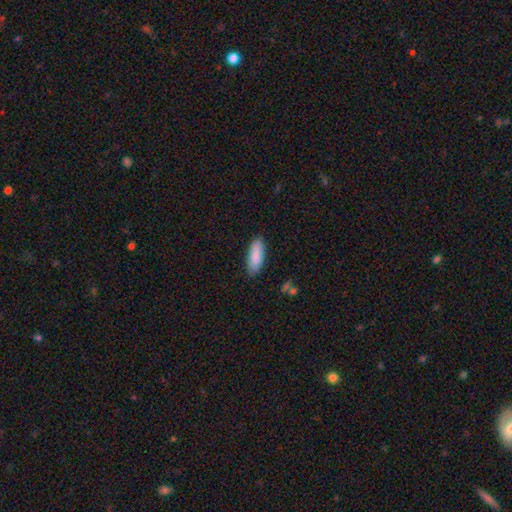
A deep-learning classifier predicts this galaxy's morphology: smooth_or_featured: smooth (p=0.88) [alt: featured or disk p=0.06]
how_rounded: in between (p=0.68) [alt: cigar-shaped p=0.31]
merging: none (p=0.84) [alt: minor disturbance p=0.12]